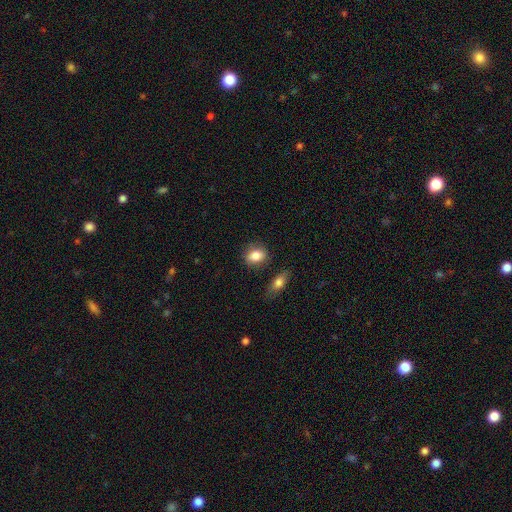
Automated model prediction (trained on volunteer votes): Smooth or featured: smooth — 83% (featured or disk — 9%)
How rounded: in between — 68% (round — 29%)
Merging: none — 78% (minor disturbance — 13%)